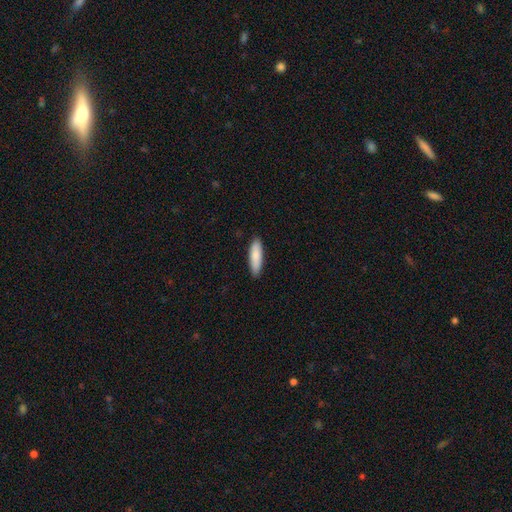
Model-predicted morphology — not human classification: type=smooth (85%); roundness=cigar-shaped (58%); merging=none (89%).